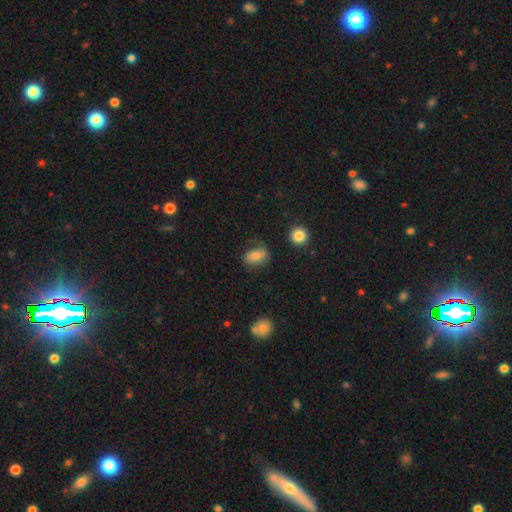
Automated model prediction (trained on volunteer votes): smooth 67%, featured or disk 23%, star or artifact 10%. Down the decision tree: how rounded — in between (82%); merging — none (60%).